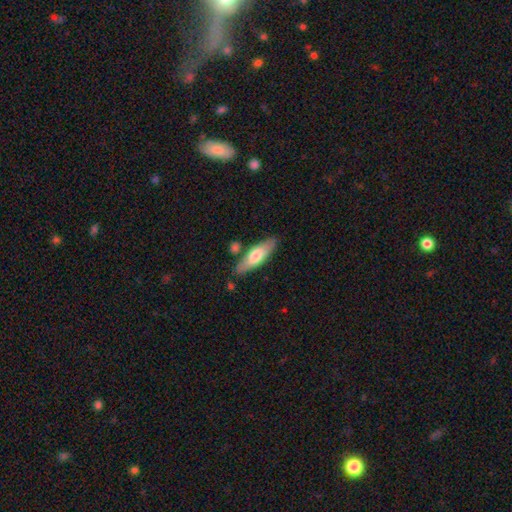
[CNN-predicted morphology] type=smooth (63%); roundness=cigar-shaped (52%); merging=none (78%).